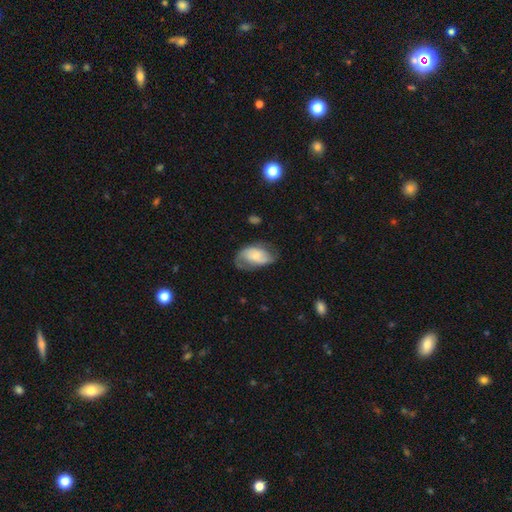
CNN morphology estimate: Overall: featured or disk (49%; smooth 44%). Merging: none (49%; minor disturbance 31%).